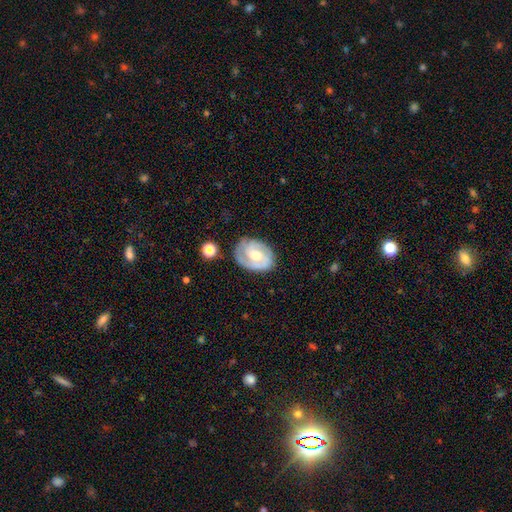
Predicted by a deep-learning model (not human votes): Smooth or featured? featured or disk (78%)
Edge-on disk? no (97%)
Bar? no (53%)
Spiral arms? yes (88%)
Spiral winding? tight (57%)
Spiral arm count? 2 (58%)
Bulge size? moderate (72%)
Merging? none (72%)